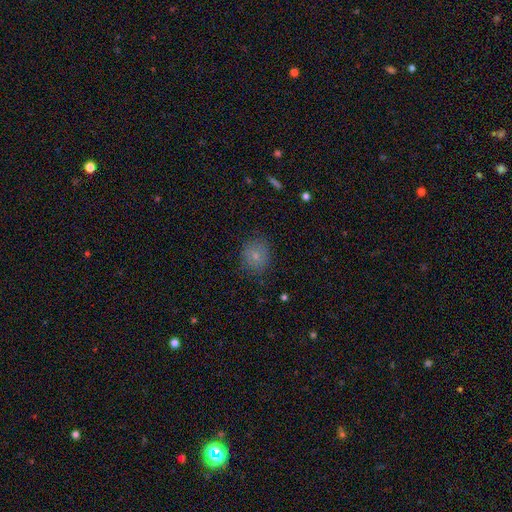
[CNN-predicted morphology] A smooth galaxy with no disk features (74%) that is round (73%). Merging: none (80%).